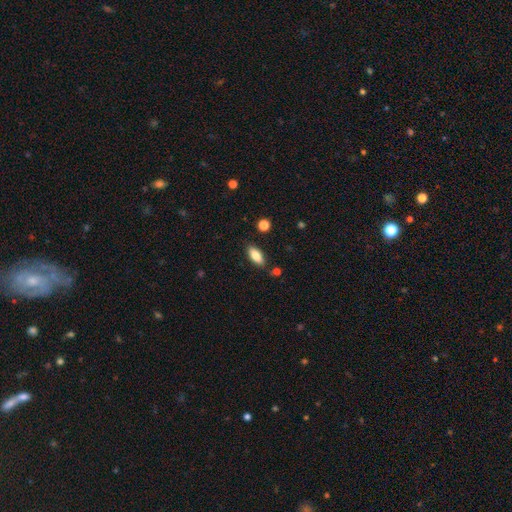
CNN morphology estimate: Smooth or featured? Predicted: smooth (p=0.82). How rounded? Predicted: in between (p=0.83). Merging? Predicted: none (p=0.84).